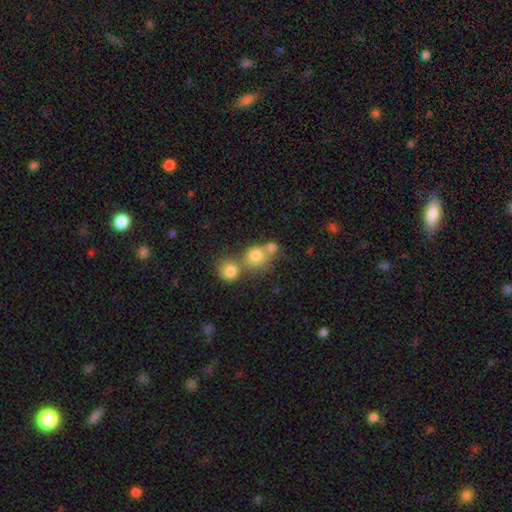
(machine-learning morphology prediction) This is likely a smooth galaxy (77%). How rounded: likely round (79%). Merging: possibly merger (50%).